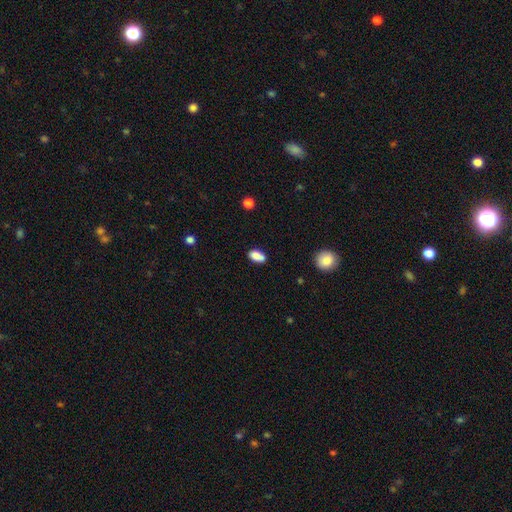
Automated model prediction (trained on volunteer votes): Q: Smooth or featured?
A: smooth (83%); runner-up: star or artifact (9%)
Q: How rounded?
A: in between (89%); runner-up: round (6%)
Q: Merging?
A: none (61%); runner-up: minor disturbance (20%)